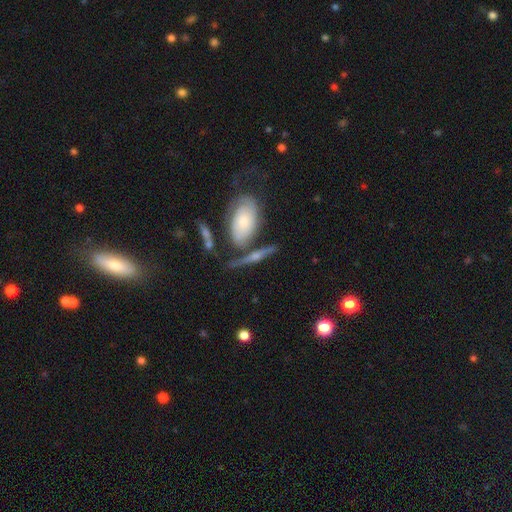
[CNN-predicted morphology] This is likely a featured or disk galaxy (64%). It is clearly viewed edge-on (83%). Edge-on bulge: clearly rounded (81%). Merging: likely none (64%).